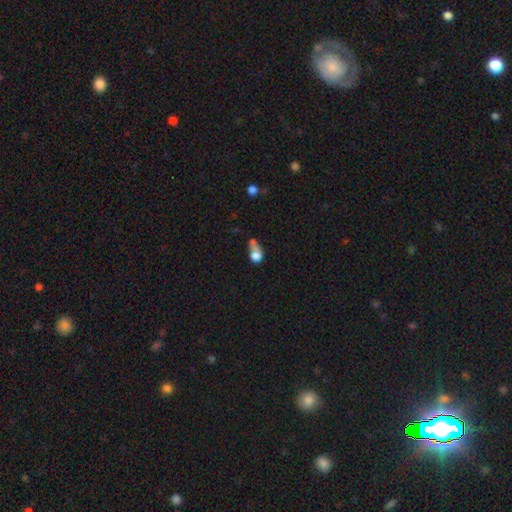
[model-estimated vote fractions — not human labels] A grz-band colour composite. It shows a smooth galaxy with no disk features (71%) that is round (54%). Merging: merger (38%).